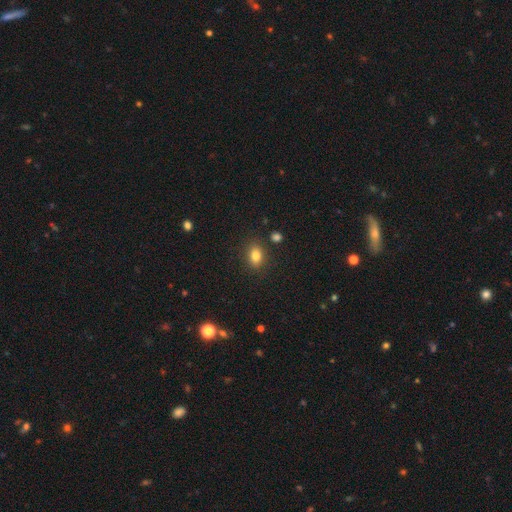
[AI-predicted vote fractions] Smooth or featured? Predicted: smooth (p=0.81). How rounded? Predicted: in between (p=0.70). Merging? Predicted: none (p=0.84).